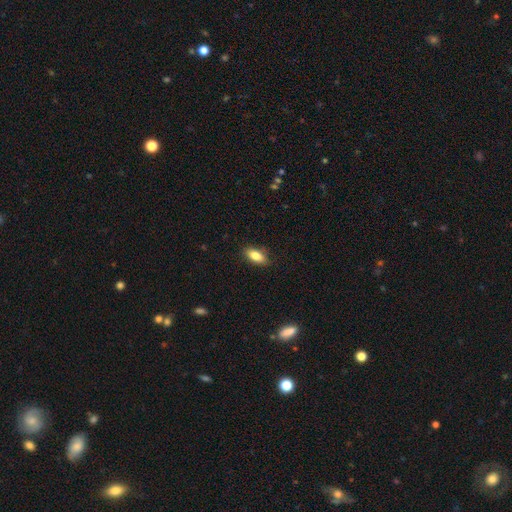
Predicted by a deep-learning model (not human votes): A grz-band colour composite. It shows a smooth galaxy with no disk features (83%) that is in between round and cigar-shaped (86%). Merging: none (86%).